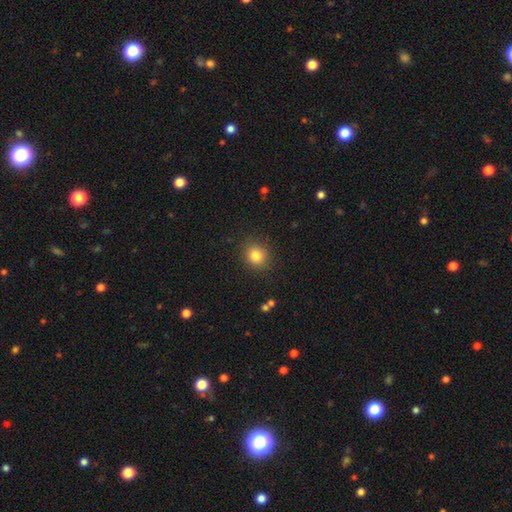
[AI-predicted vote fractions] A smooth galaxy with no disk features (82%) that is round (82%).

Vote fractions:
- Smooth or featured? smooth: 82% / star or artifact: 12% / featured or disk: 6%
- How rounded? round: 82% / in between: 17% / cigar-shaped: 1%
- Merging? none: 88% / minor disturbance: 8% / major disturbance: 3% / merger: 1%